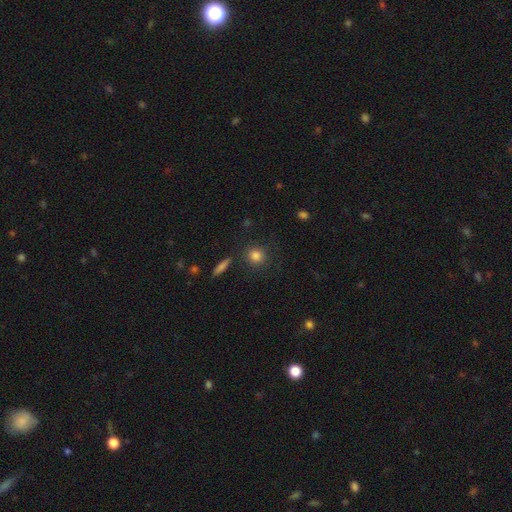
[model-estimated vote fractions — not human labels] Smooth or featured? smooth (84%)
How rounded? round (86%)
Merging? none (86%)